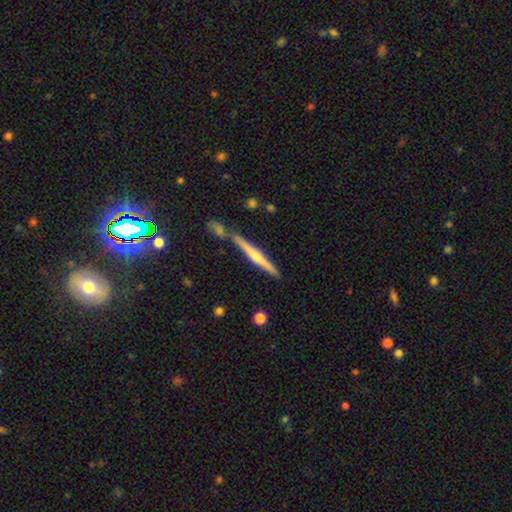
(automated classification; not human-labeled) Morphology: type=featured or disk (67%); edge-on=yes (97%); edge-on bulge=rounded (78%); merging=none (78%).